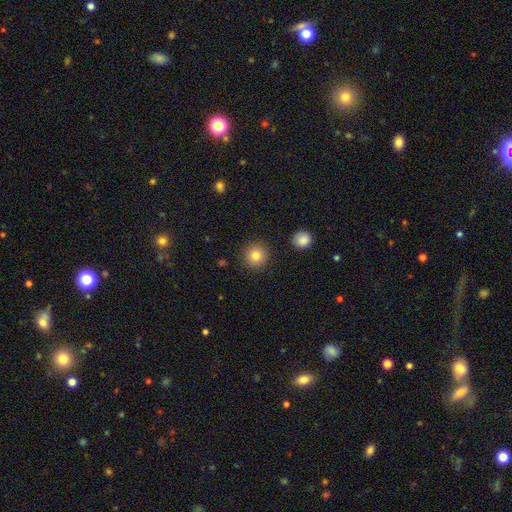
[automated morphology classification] A smooth galaxy with no disk features (82%) that is round (94%). Merging: none (90%).